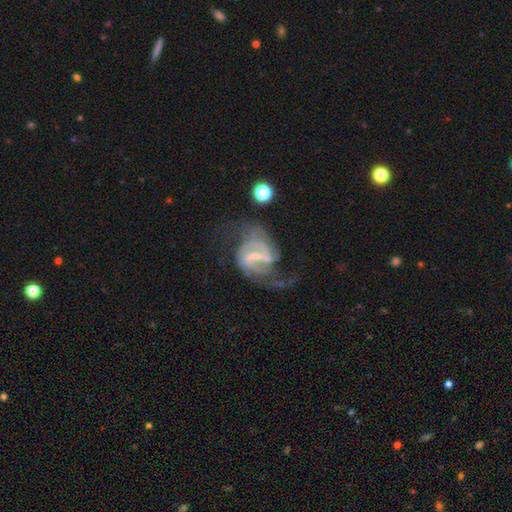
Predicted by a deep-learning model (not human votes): smooth_or_featured: featured or disk (p=0.86) [alt: smooth p=0.07]
disk_edge_on: no (p=0.98) [alt: yes p=0.02]
bar: weak (p=0.46) [alt: strong p=0.42]
has_spiral_arms: yes (p=0.93) [alt: no p=0.07]
spiral_winding: medium (p=0.46) [alt: loose p=0.36]
spiral_arm_count: 2 (p=0.71) [alt: can't tell p=0.11]
bulge_size: small (p=0.56) [alt: none p=0.22]
merging: none (p=0.44) [alt: major disturbance p=0.33]